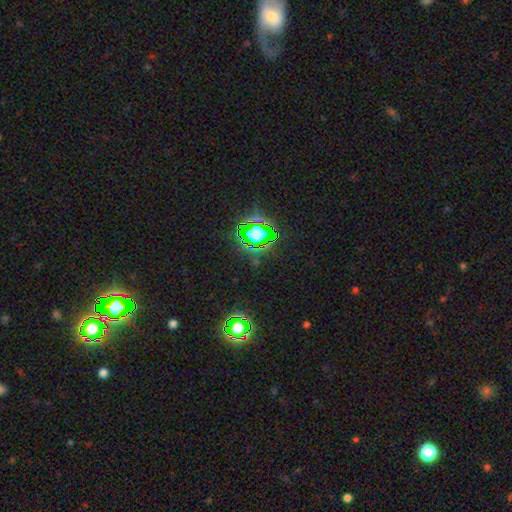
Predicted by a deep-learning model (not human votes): star or artifact 79%, smooth 13%, featured or disk 8%.